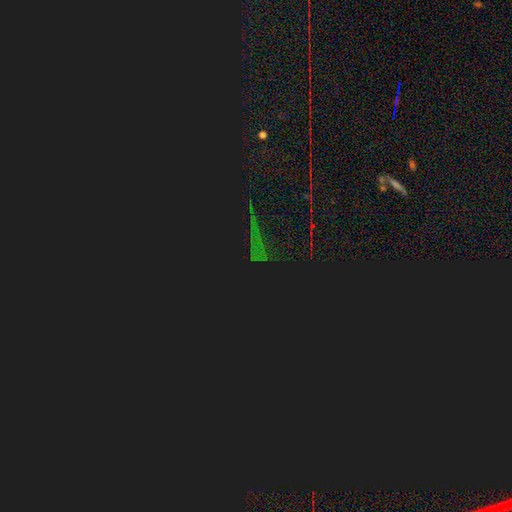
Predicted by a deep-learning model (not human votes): smooth_or_featured: star or artifact (p=0.85) [alt: smooth p=0.08]